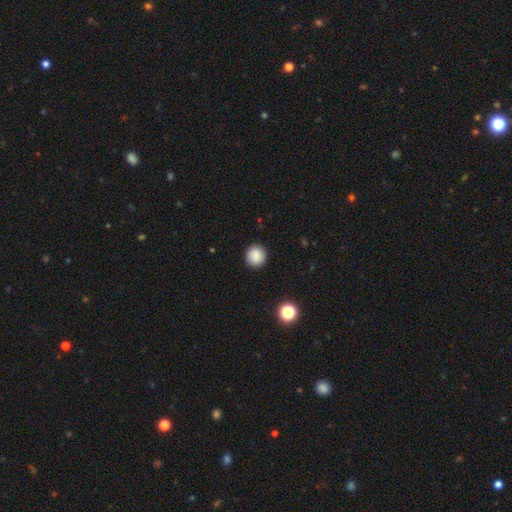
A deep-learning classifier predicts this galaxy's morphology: This appears to be a smooth galaxy with no disk features (86%) that is round (90%). Merging: none (90%).